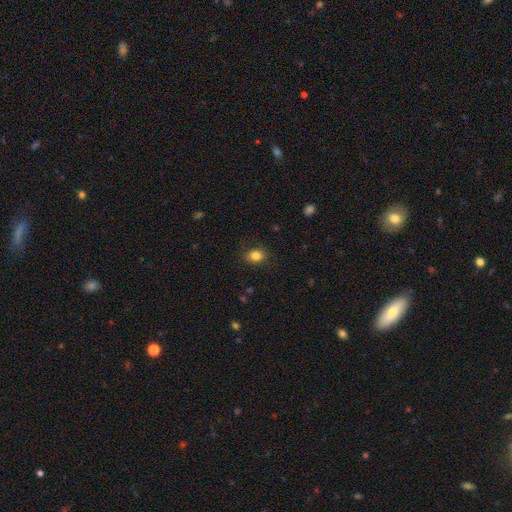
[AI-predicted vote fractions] smooth 84%, star or artifact 10%, featured or disk 6%. Down the decision tree: how rounded — in between (59%); merging — none (84%).